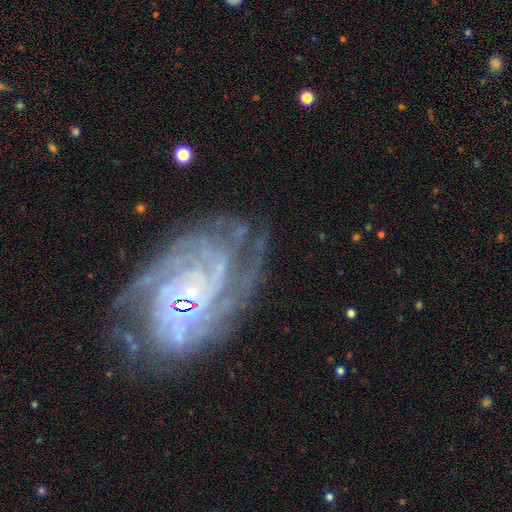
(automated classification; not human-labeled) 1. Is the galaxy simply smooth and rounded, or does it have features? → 86% featured or disk, 8% star or artifact, 6% smooth.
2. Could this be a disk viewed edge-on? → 96% no, 4% yes.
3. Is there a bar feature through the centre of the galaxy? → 55% no, 31% weak, 15% strong.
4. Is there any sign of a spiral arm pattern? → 97% yes, 3% no.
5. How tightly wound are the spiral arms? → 74% tight, 22% medium, 5% loose.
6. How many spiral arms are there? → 26% can't tell, 19% 4, 18% more than 4, 17% 3, 13% 2, 8% 1.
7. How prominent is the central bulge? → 54% small, 30% moderate, 9% none, 5% large, 2% dominant.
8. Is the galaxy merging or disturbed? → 69% none, 18% minor disturbance, 10% major disturbance, 4% merger.